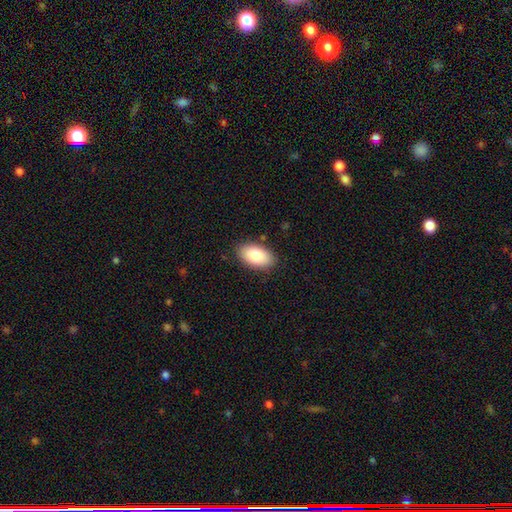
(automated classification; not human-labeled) smooth 83%, featured or disk 10%, star or artifact 6%. Down the decision tree: how rounded — in between (94%); merging — none (86%).